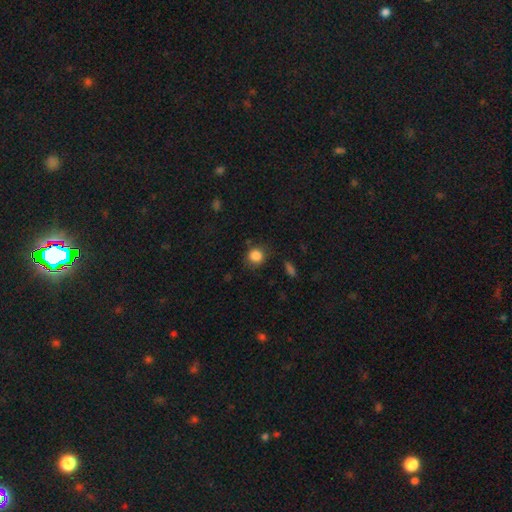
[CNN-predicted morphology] Overall: smooth (85%). How rounded: round (87%). Merging: none (79%).